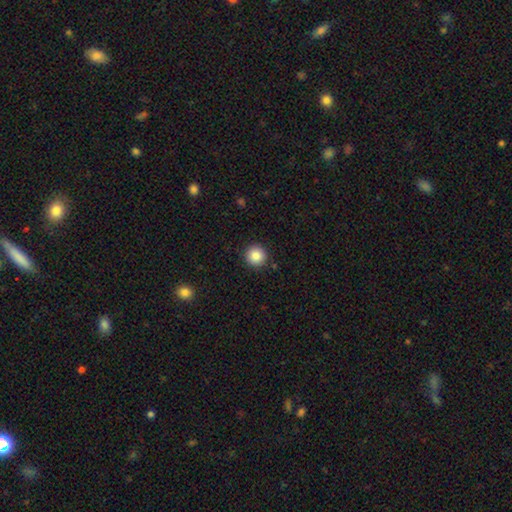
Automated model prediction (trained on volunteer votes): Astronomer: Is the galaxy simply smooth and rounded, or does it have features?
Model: smooth — 86%.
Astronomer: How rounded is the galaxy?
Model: round — 96%.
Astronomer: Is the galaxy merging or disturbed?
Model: none — 92%.